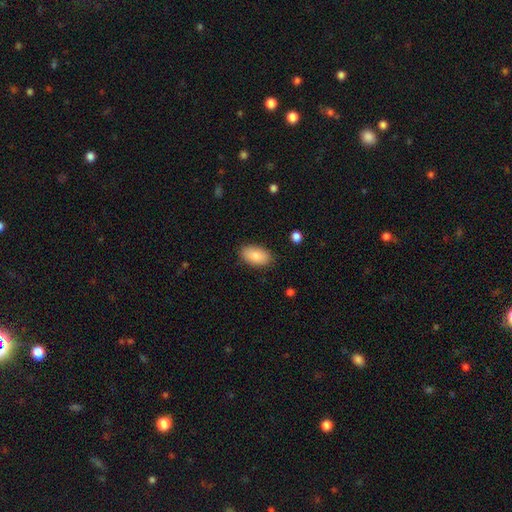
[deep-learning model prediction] A smooth galaxy with no disk features (85%) that is in between round and cigar-shaped (94%).

Vote fractions:
- Smooth or featured? smooth: 85% / featured or disk: 8% / star or artifact: 6%
- How rounded? in between: 94% / round: 4% / cigar-shaped: 2%
- Merging? none: 86% / minor disturbance: 10% / major disturbance: 2% / merger: 1%